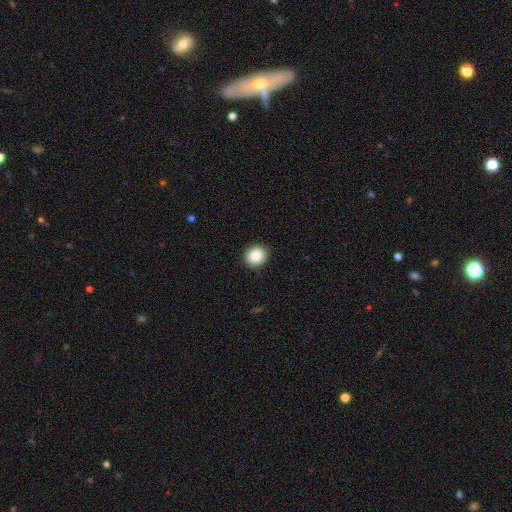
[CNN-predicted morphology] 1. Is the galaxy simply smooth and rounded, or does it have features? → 86% smooth, 9% star or artifact, 5% featured or disk.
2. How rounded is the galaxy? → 81% round, 18% in between, 1% cigar-shaped.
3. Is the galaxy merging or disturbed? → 90% none, 7% minor disturbance, 2% major disturbance, 1% merger.